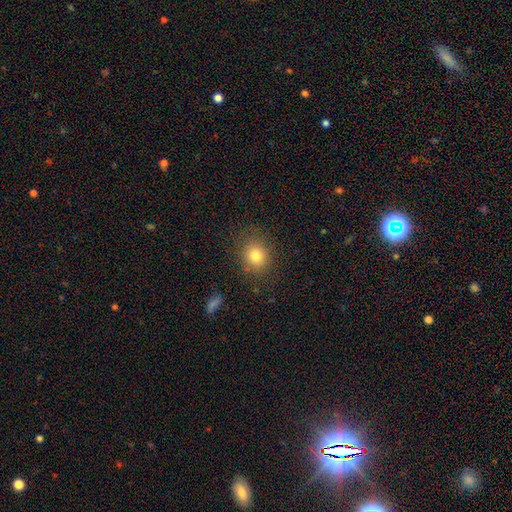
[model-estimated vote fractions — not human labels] A smooth galaxy with no disk features (79%) that is round (75%). Merging: none (83%).